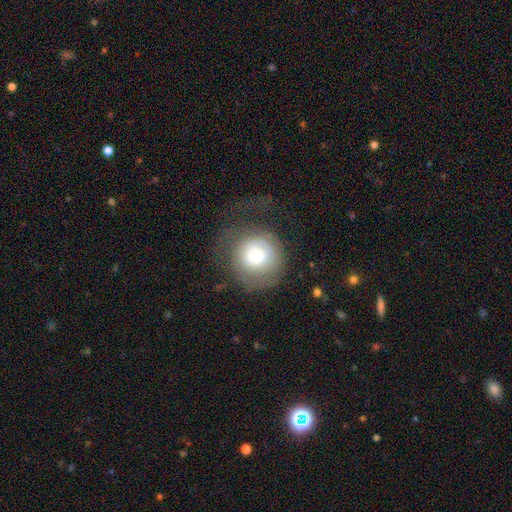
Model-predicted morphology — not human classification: This is likely a smooth galaxy (65%). How rounded: clearly round (90%). Merging: possibly none (46%).